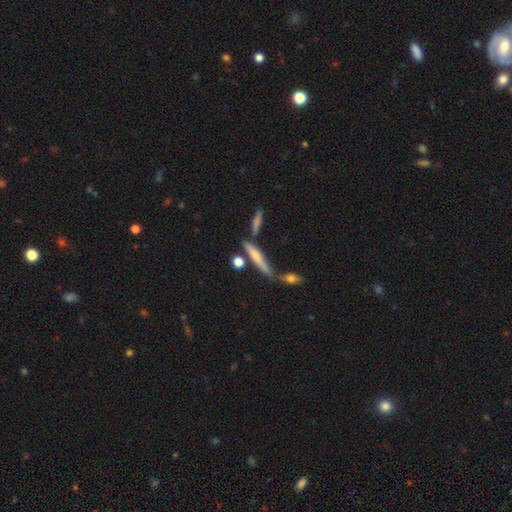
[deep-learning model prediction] smooth-or-featured: smooth: 45% (tied) | featured or disk: 45% (tied) | star or artifact: 10%
  merging: none: 58% | merger: 22% | minor disturbance: 14% | major disturbance: 6%